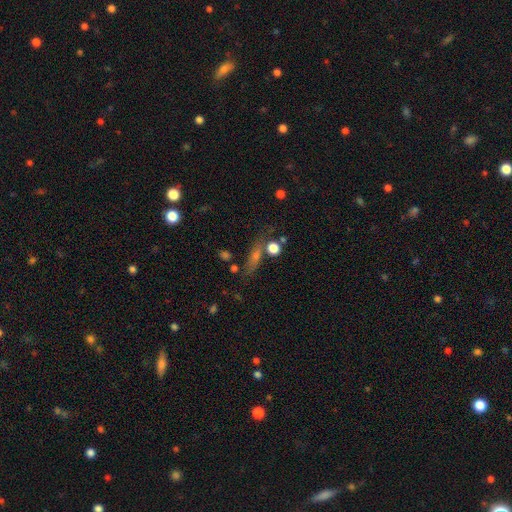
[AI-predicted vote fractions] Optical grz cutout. It shows a smooth galaxy with no disk features (47%). Merging: none (66%).